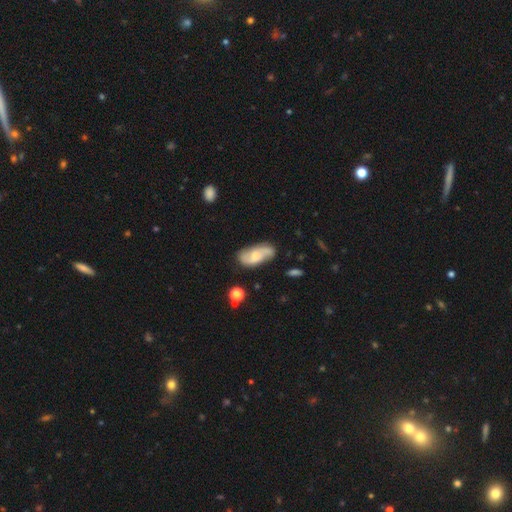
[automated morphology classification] Q: Smooth or featured?
A: featured or disk (53%); runner-up: smooth (40%)
Q: Edge-on disk?
A: no (93%); runner-up: yes (7%)
Q: Merging?
A: none (66%); runner-up: minor disturbance (22%)